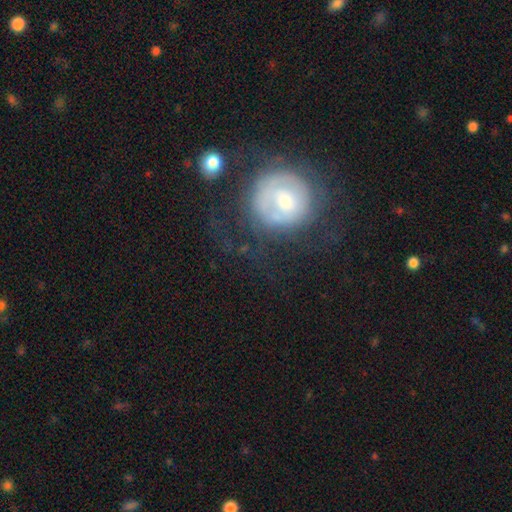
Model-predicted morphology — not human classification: Q: Smooth or featured?
A: featured or disk (52%); runner-up: smooth (34%)
Q: Edge-on disk?
A: no (95%); runner-up: yes (5%)
Q: Merging?
A: none (67%); runner-up: minor disturbance (15%)